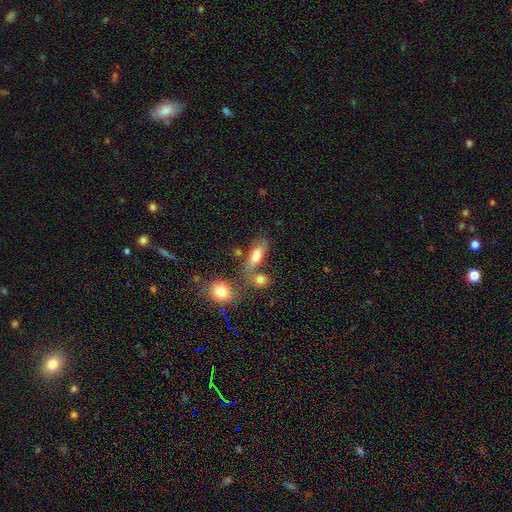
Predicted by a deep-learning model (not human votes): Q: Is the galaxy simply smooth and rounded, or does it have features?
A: smooth — 72%.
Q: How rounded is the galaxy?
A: in between — 76%.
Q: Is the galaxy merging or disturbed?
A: none — 51%.